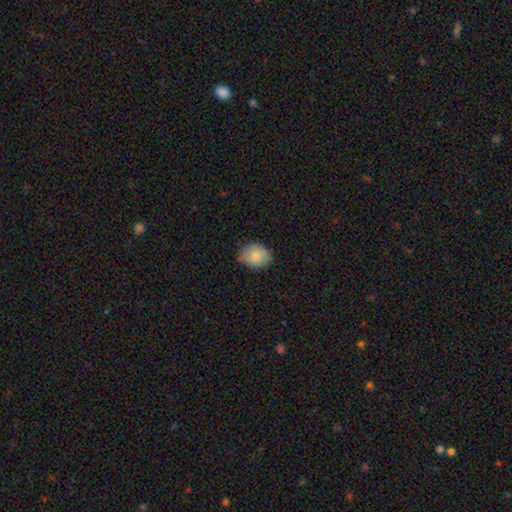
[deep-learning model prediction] Smooth or featured? Predicted: smooth (p=0.82). How rounded? Predicted: in between (p=0.56). Merging? Predicted: none (p=0.67).